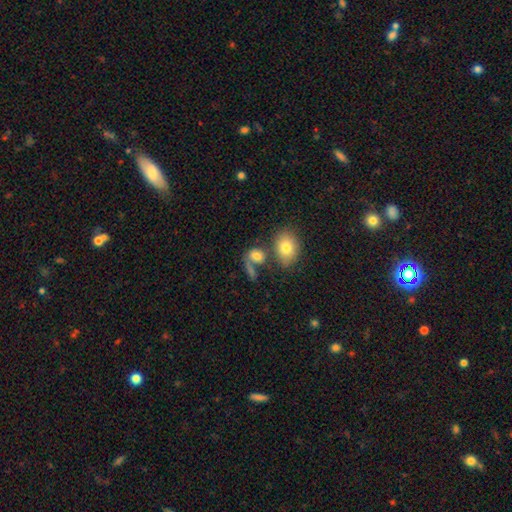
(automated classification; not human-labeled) Smooth or featured? smooth (77%)
How rounded? in between (59%)
Merging? none (43%)